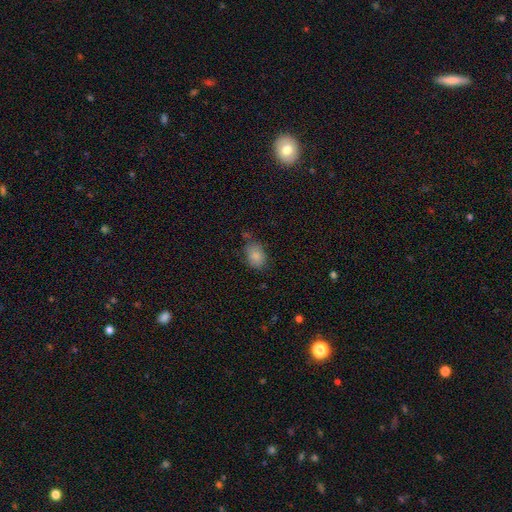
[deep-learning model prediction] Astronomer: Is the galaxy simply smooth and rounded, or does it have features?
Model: smooth — 85%.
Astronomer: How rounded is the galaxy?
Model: in between — 74%.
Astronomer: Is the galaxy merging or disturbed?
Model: none — 68%.